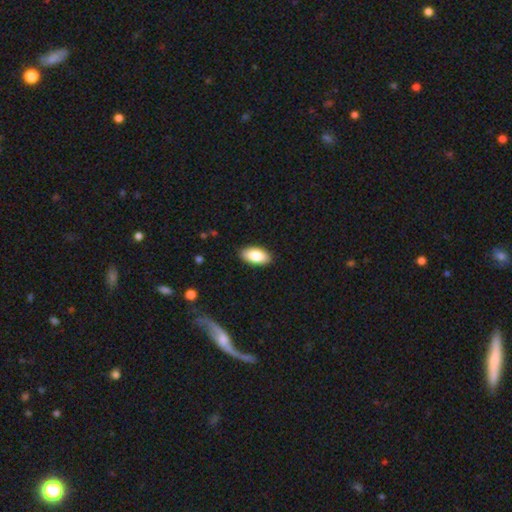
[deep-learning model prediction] Q: Smooth or featured?
A: smooth (85%); runner-up: featured or disk (9%)
Q: How rounded?
A: in between (94%); runner-up: cigar-shaped (4%)
Q: Merging?
A: none (89%); runner-up: minor disturbance (8%)